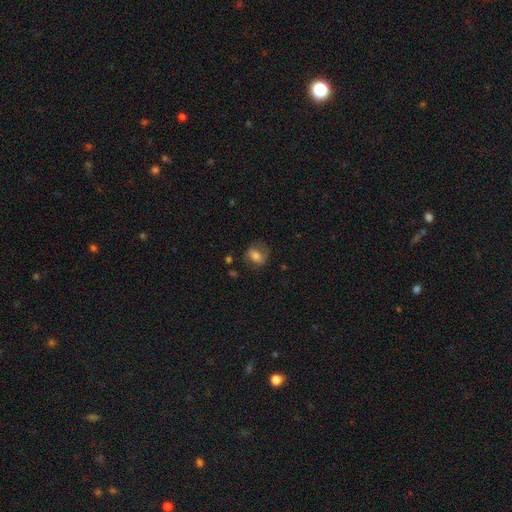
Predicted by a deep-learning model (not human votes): This is possibly a smooth galaxy (58%). How rounded: likely in between (66%). Merging: likely none (66%).